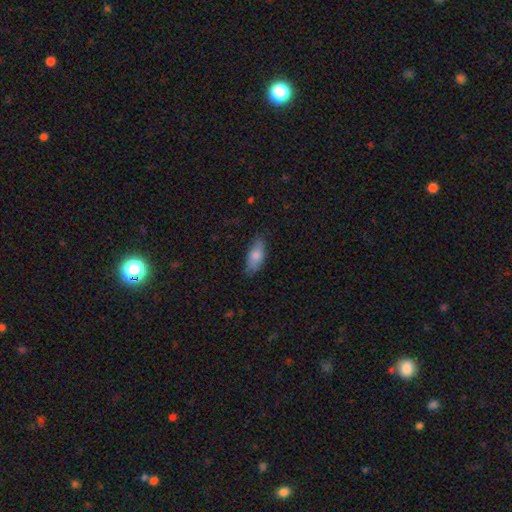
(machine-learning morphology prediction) Smooth or featured: smooth — 80% (featured or disk — 13%)
How rounded: in between — 83% (cigar-shaped — 14%)
Merging: none — 73% (minor disturbance — 21%)